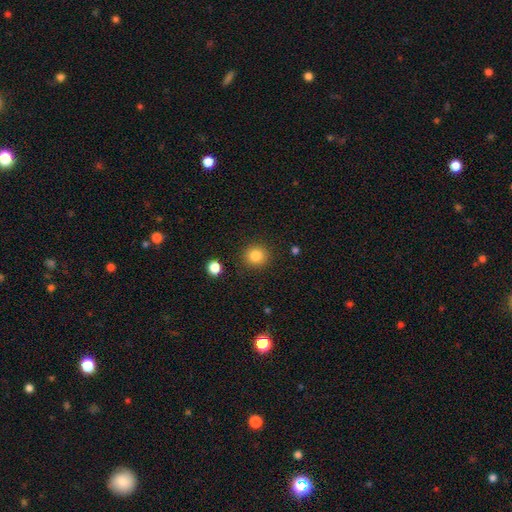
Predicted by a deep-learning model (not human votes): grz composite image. It shows a smooth galaxy with no disk features (84%) that is round (91%). Merging: none (89%).